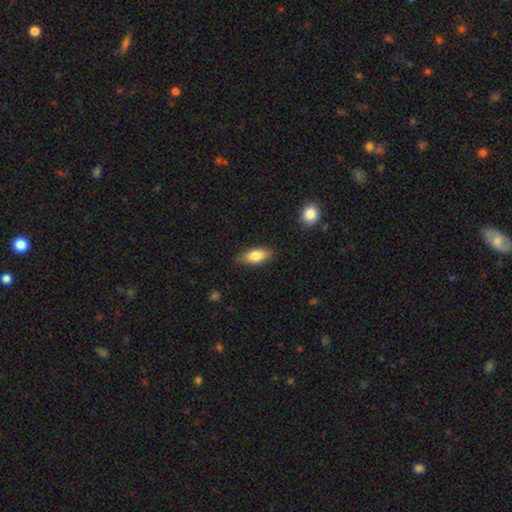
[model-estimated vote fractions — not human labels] A smooth galaxy with no disk features (82%) that is in between round and cigar-shaped (85%).

Vote fractions:
- Smooth or featured? smooth: 82% / featured or disk: 12% / star or artifact: 7%
- How rounded? in between: 85% / cigar-shaped: 11% / round: 3%
- Merging? none: 82% / minor disturbance: 14% / major disturbance: 3% / merger: 1%